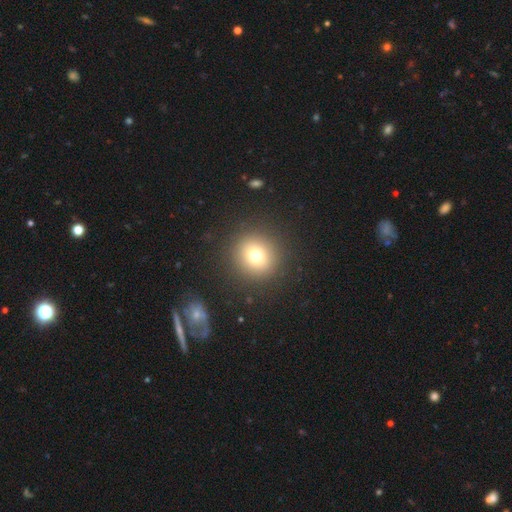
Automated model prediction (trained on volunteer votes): This is likely a smooth galaxy (73%). How rounded: clearly round (92%). Merging: clearly none (89%).